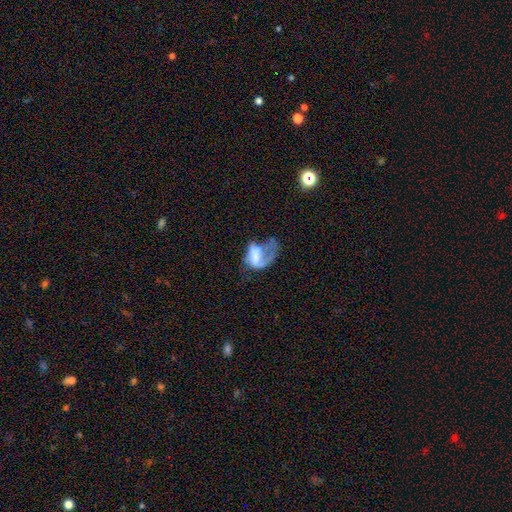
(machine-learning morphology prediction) Q: Smooth or featured?
A: featured or disk (54%); runner-up: smooth (37%)
Q: Edge-on disk?
A: no (97%); runner-up: yes (3%)
Q: Bar?
A: no (61%); runner-up: weak (25%)
Q: Spiral arms?
A: yes (55%); runner-up: no (45%)
Q: Bulge size?
A: none (54%); runner-up: small (14%)
Q: Merging?
A: major disturbance (57%); runner-up: none (19%)